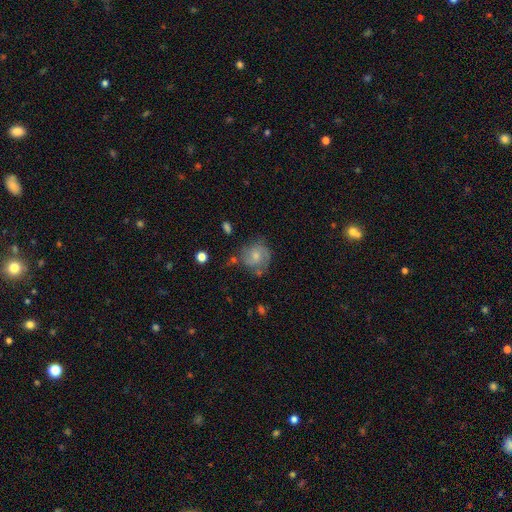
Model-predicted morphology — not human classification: A featured or disk galaxy (53%) with no bar (71%), spiral arms (83%) and a small central bulge (50%).

Vote fractions:
- Smooth or featured? featured or disk: 53% / smooth: 39% / star or artifact: 8%
- Edge-on disk? no: 97% / yes: 3%
- Bar? no: 71% / weak: 25% / strong: 4%
- Spiral arms? yes: 83% / no: 17%
- Bulge size? small: 50% / moderate: 43% / none: 4% / large: 3% / dominant: 1%
- Merging? none: 59% / minor disturbance: 24% / major disturbance: 11% / merger: 6%